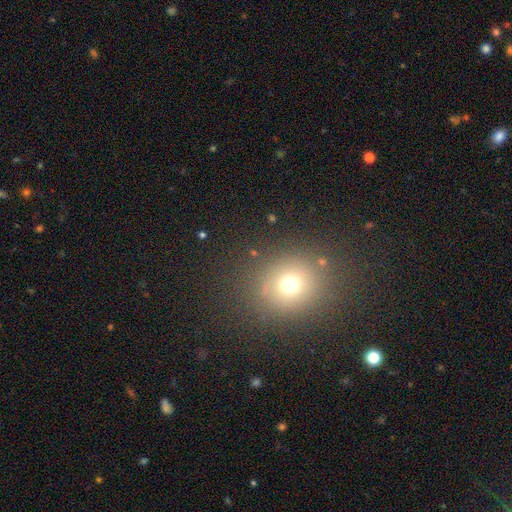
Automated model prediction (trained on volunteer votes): This is likely a smooth galaxy (66%). How rounded: likely round (78%). Merging: clearly none (85%).